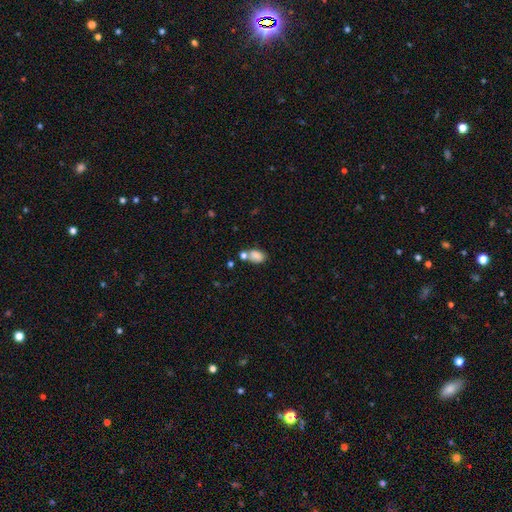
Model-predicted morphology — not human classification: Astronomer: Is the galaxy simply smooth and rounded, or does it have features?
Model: smooth — 79%.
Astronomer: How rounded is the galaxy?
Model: in between — 81%.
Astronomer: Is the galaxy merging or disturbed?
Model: none — 42% (runner-up: merger, 36%).